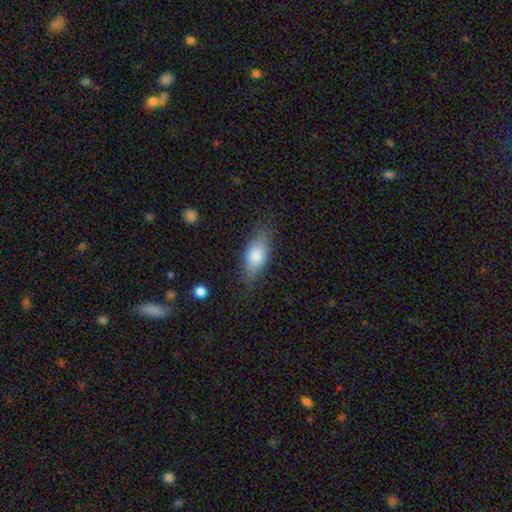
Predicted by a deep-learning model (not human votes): This is likely a smooth galaxy (79%). How rounded: clearly in between (83%). Merging: likely none (77%).